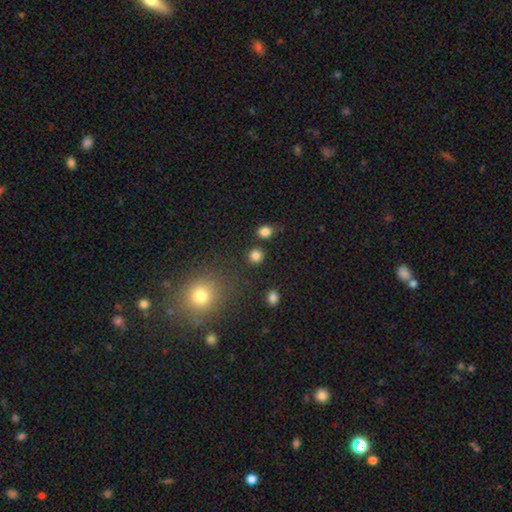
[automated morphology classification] A smooth galaxy with no disk features (83%) that is round (88%). Merging: none (85%).